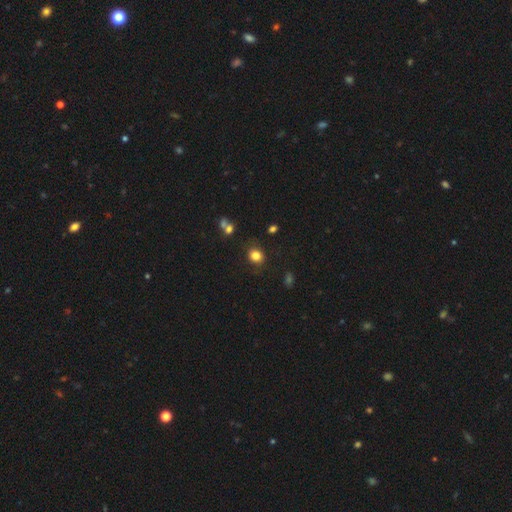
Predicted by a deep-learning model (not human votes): This is clearly a smooth galaxy (82%). How rounded: likely round (76%). Merging: clearly none (83%).